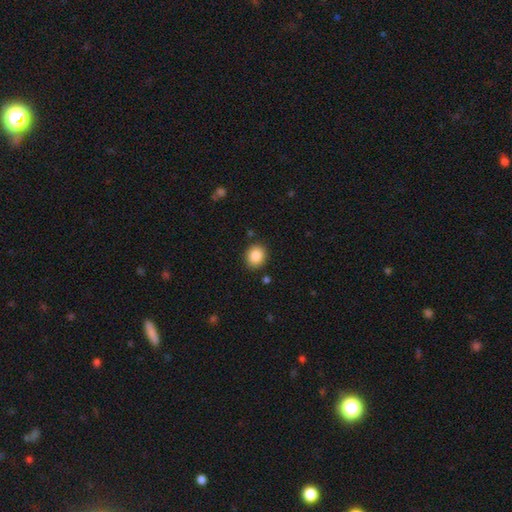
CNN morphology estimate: type=smooth (87%); roundness=round (70%); merging=none (88%).